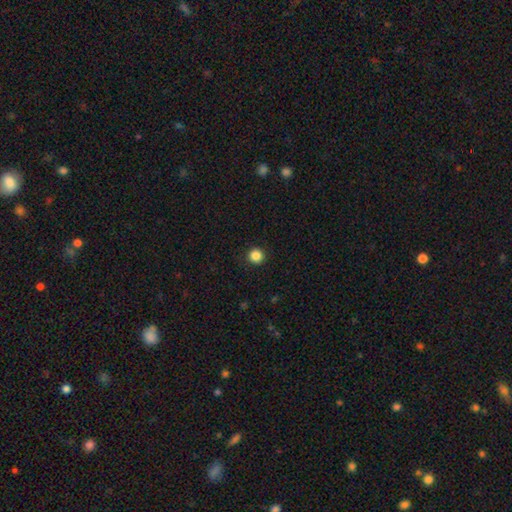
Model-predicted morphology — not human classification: Smooth or featured: smooth — 86% (star or artifact — 11%)
How rounded: round — 95% (in between — 4%)
Merging: none — 93% (minor disturbance — 5%)